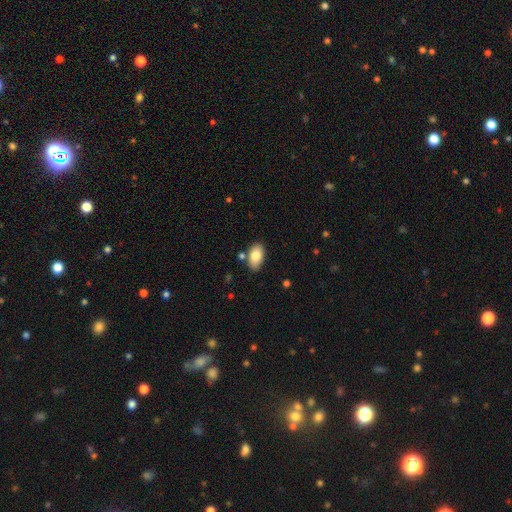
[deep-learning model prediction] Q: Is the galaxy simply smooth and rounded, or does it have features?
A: smooth — 82%.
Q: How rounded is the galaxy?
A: in between — 93%.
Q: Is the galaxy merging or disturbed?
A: none — 78%.